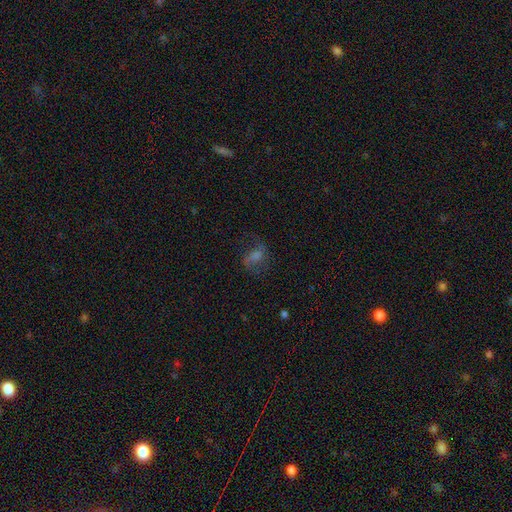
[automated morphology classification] smooth-or-featured: featured or disk: 42% | smooth: 36% | star or artifact: 22%
  merging: none: 61% | minor disturbance: 19% | major disturbance: 18% | merger: 2%